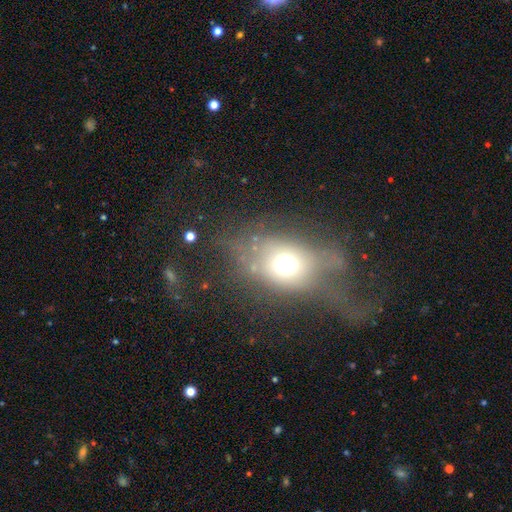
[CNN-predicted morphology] Smooth or featured: featured or disk — 51% (smooth — 33%)
Edge-on disk: no — 79% (yes — 21%)
Merging: major disturbance — 48% (none — 29%)